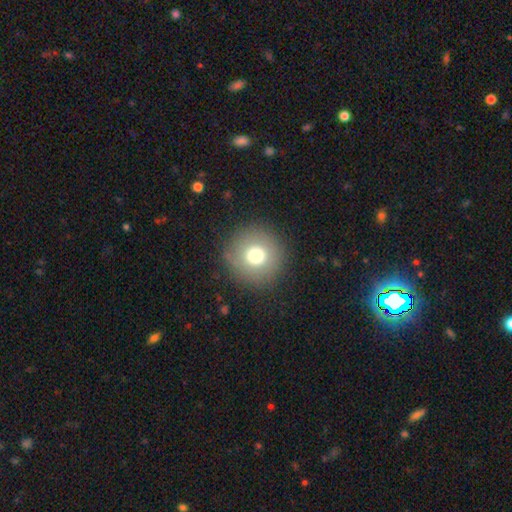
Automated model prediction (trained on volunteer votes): Smooth or featured? smooth (74%)
How rounded? round (96%)
Merging? none (89%)